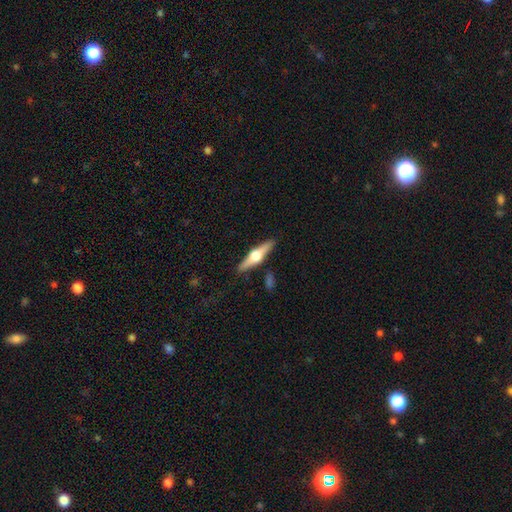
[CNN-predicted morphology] Smooth or featured? Predicted: featured or disk (p=0.71). Edge-on disk? Predicted: yes (p=0.97). Edge-on bulge? Predicted: rounded (p=0.95). Merging? Predicted: none (p=0.88).